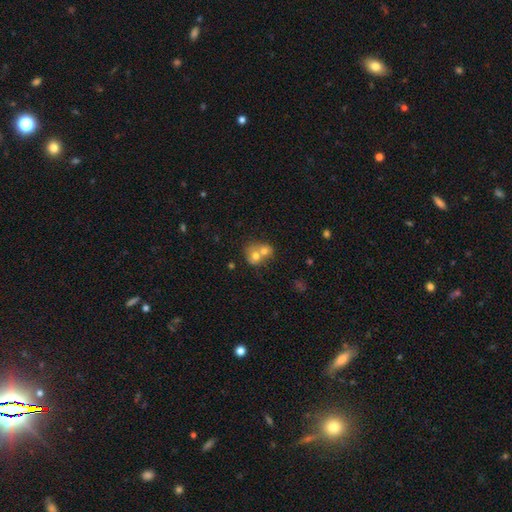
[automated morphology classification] The model was most divided on "how rounded": round: 66%, in between: 33%, cigar-shaped: 1%. More confident: merging — merger (70%); smooth or featured — smooth (65%).